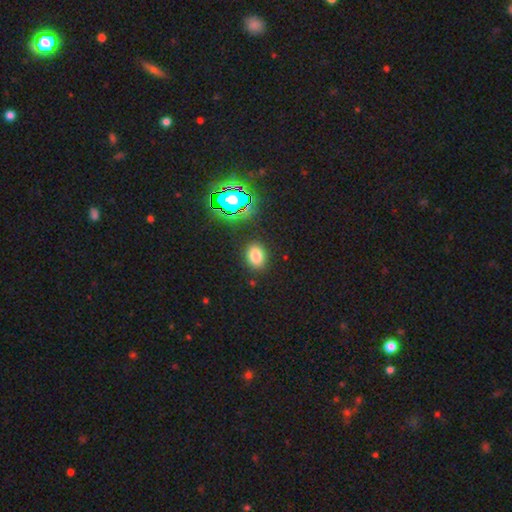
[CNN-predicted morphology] Smooth or featured? smooth (77%)
How rounded? in between (63%)
Merging? none (88%)